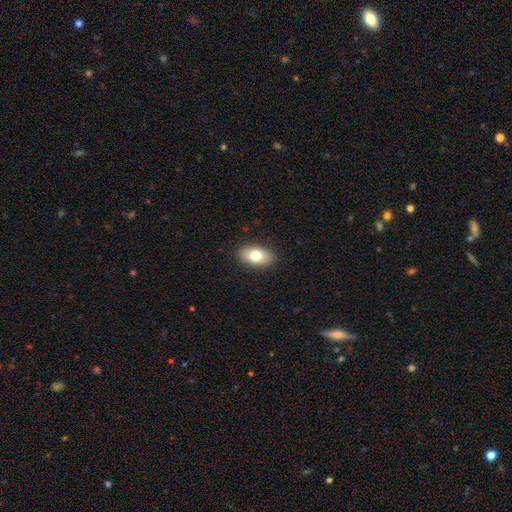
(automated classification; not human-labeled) Overall: smooth (76%). How rounded: in between (90%). Merging: none (89%).